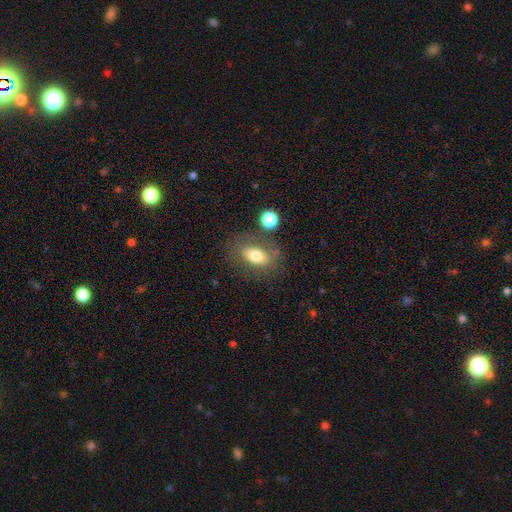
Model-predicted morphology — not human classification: Q: Smooth or featured?
A: smooth (69%); runner-up: featured or disk (22%)
Q: How rounded?
A: in between (85%); runner-up: round (11%)
Q: Merging?
A: none (70%); runner-up: minor disturbance (15%)